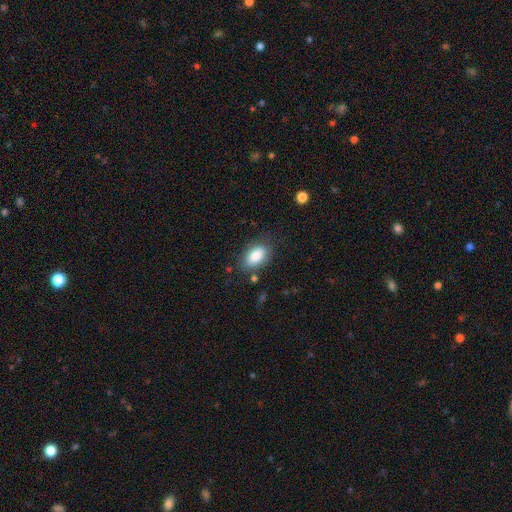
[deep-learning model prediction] Morphology: type=smooth (86%); roundness=in between (91%); merging=none (78%).